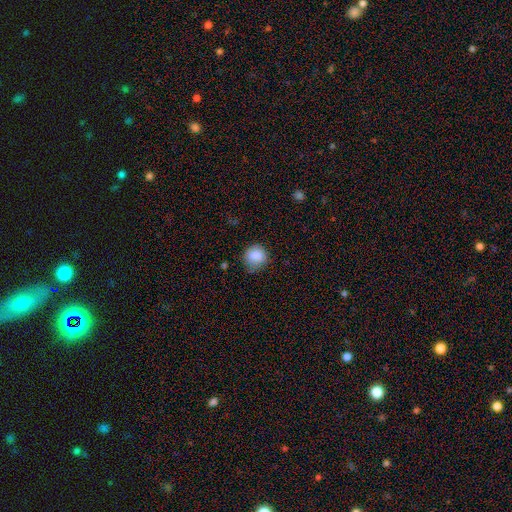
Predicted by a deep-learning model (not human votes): A smooth galaxy with no disk features (87%) that is round (84%). Merging: none (72%).